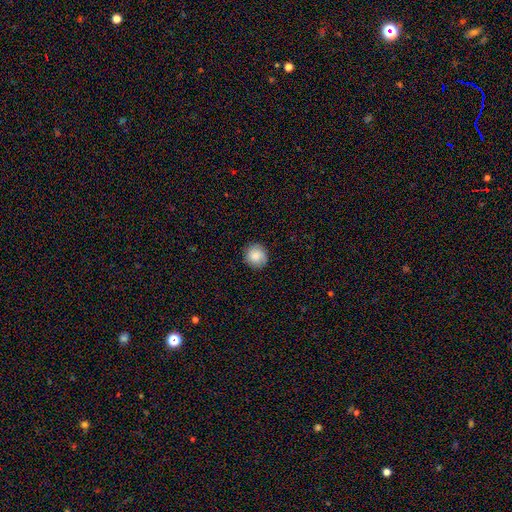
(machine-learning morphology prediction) Overall: smooth (87%). How rounded: round (92%). Merging: none (90%).